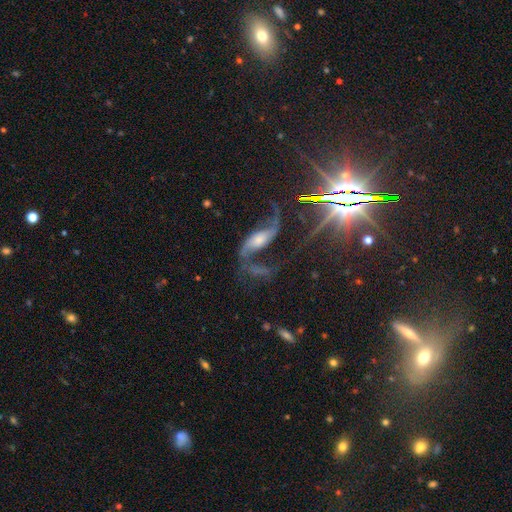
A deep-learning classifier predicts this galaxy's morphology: smooth_or_featured: featured or disk (p=0.68) [alt: star or artifact p=0.24]
disk_edge_on: no (p=0.85) [alt: yes p=0.15]
bar: no (p=0.36) [alt: weak p=0.35]
has_spiral_arms: yes (p=0.91) [alt: no p=0.09]
spiral_winding: loose (p=0.57) [alt: medium p=0.32]
spiral_arm_count: 2 (p=0.85) [alt: 1 p=0.06]
bulge_size: moderate (p=0.48) [alt: small p=0.33]
merging: none (p=0.51) [alt: major disturbance p=0.22]